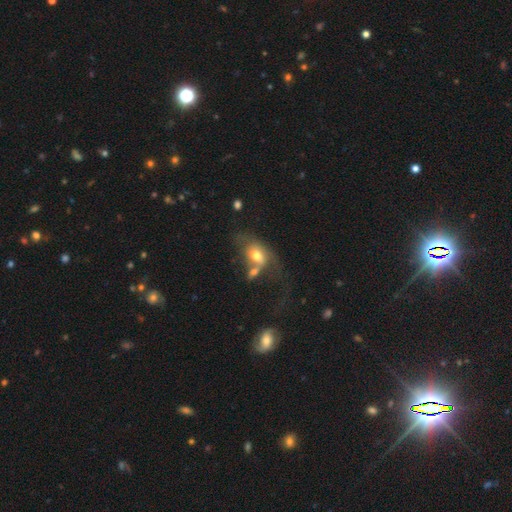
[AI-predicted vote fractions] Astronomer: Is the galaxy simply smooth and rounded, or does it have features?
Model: smooth — 63%.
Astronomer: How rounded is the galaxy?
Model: in between — 73%.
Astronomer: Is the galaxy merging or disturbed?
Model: merger — 49%.